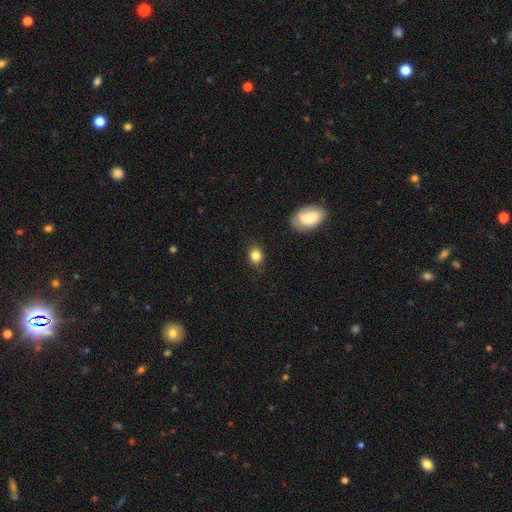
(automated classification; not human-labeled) This appears to be a smooth galaxy with no disk features (84%) that is in between round and cigar-shaped (53%). Merging: none (86%).